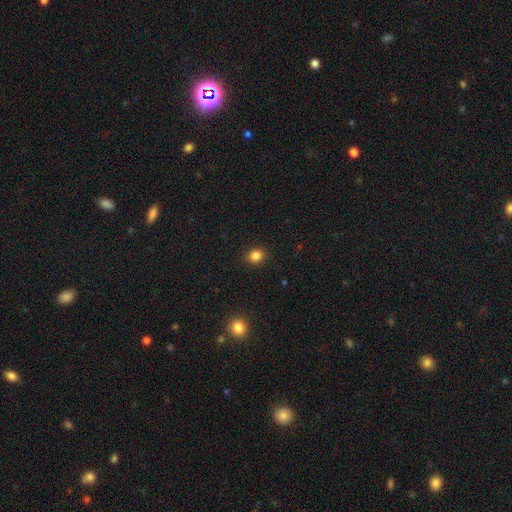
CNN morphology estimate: This is clearly a smooth galaxy (84%). How rounded: clearly round (80%). Merging: clearly none (92%).